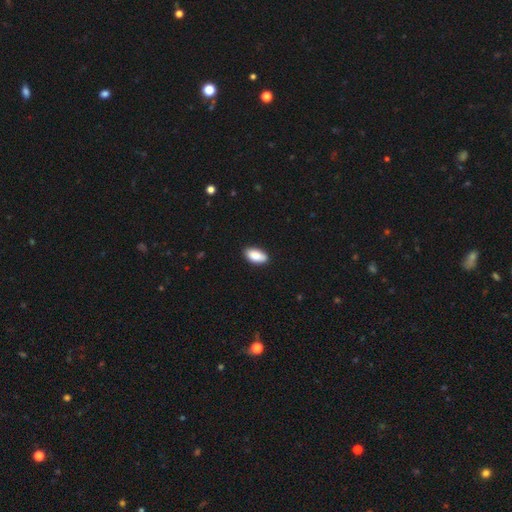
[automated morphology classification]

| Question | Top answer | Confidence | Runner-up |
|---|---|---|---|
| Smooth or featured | smooth | 89% | star or artifact (6%) |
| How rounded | in between | 94% | cigar-shaped (4%) |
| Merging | none | 84% | minor disturbance (12%) |